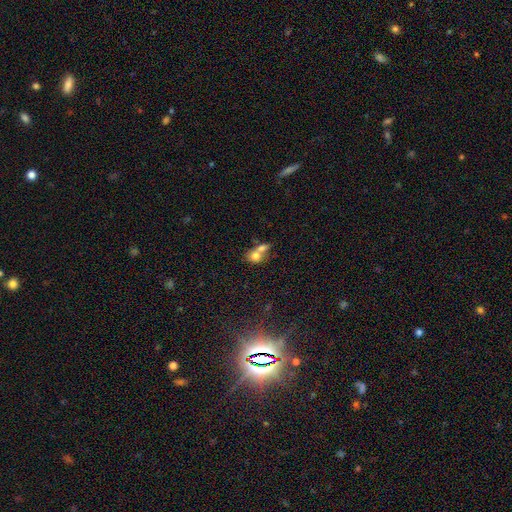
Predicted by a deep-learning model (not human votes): Q: Smooth or featured?
A: smooth (72%); runner-up: featured or disk (18%)
Q: How rounded?
A: round (54%); runner-up: in between (44%)
Q: Merging?
A: merger (67%); runner-up: none (22%)